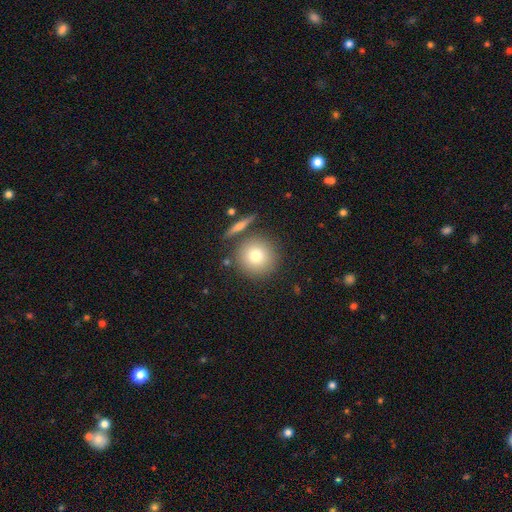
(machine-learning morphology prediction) Smooth or featured? Predicted: smooth (p=0.77). How rounded? Predicted: round (p=0.93). Merging? Predicted: none (p=0.79).